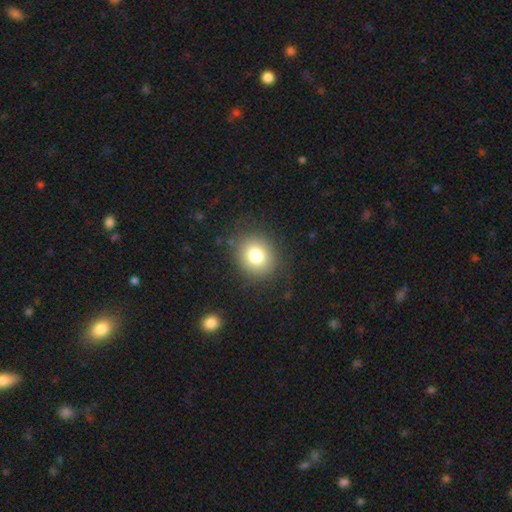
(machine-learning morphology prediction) A smooth galaxy with no disk features (80%) that is round (74%). Merging: none (86%).